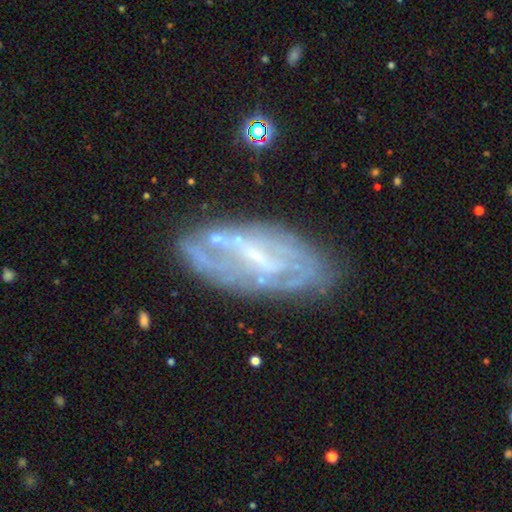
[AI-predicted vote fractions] This appears to be a featured or disk galaxy (69%) with a weak bar (38%), spiral arms (53%) and a small central bulge (40%). Merging: none (64%).